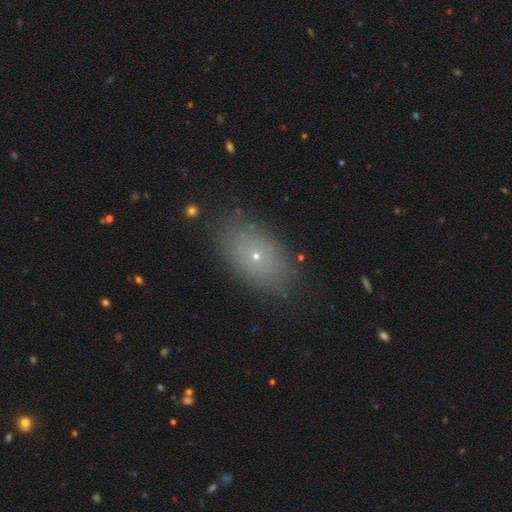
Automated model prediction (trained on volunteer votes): smooth_or_featured: smooth (p=0.66) [alt: featured or disk p=0.18]
how_rounded: in between (p=0.85) [alt: round p=0.13]
merging: none (p=0.86) [alt: minor disturbance p=0.10]